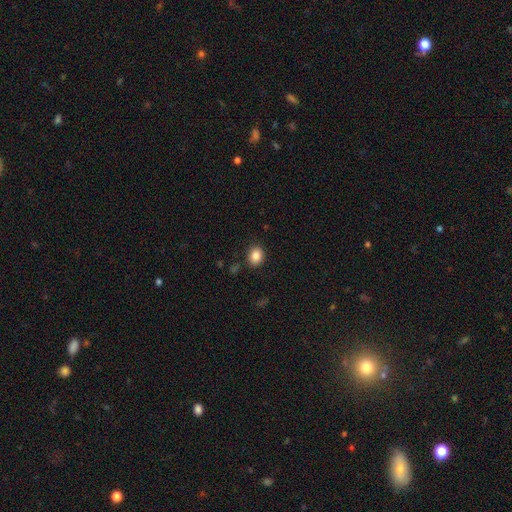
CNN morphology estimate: A smooth galaxy with no disk features (86%) that is round (51%). Merging: none (86%).